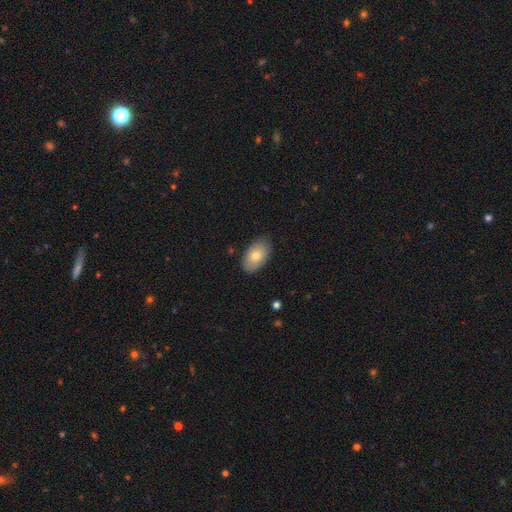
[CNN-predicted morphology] Smooth or featured?
  - smooth: 77% *
  - featured or disk: 17%
  - star or artifact: 7%
How rounded?
  - in between: 94% *
  - round: 5%
  - cigar-shaped: 2%
Merging?
  - none: 84% *
  - minor disturbance: 13%
  - major disturbance: 2%
  - merger: 1%